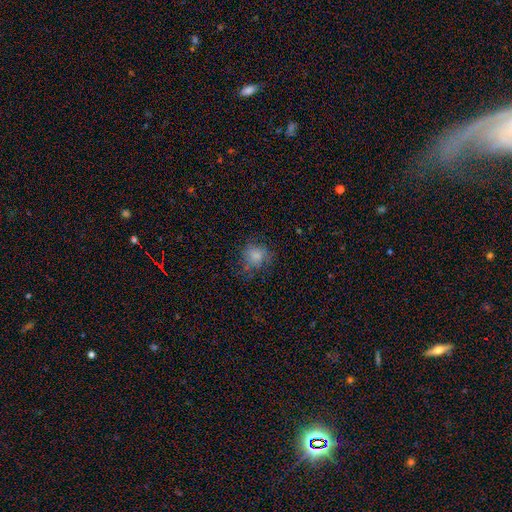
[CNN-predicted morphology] This appears to be a smooth galaxy with no disk features (74%) that is round (75%). Merging: none (61%).